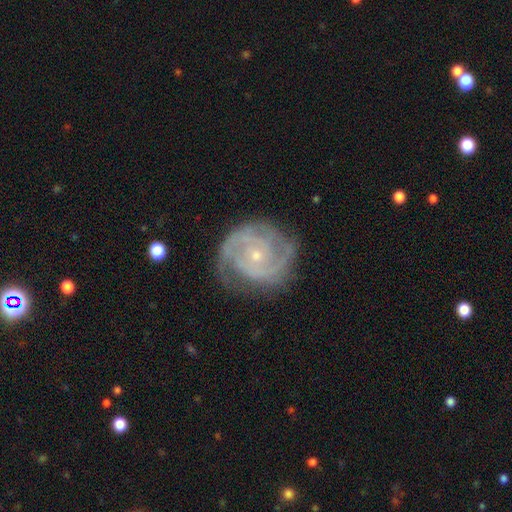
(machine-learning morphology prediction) Smooth or featured? Predicted: featured or disk (p=0.87). Edge-on disk? Predicted: no (p=0.98). Bar? Predicted: no (p=0.71). Spiral arms? Predicted: yes (p=0.96). Spiral winding? Predicted: tight (p=0.60). Spiral arm count? Predicted: 2 (p=0.58). Bulge size? Predicted: small (p=0.76). Merging? Predicted: none (p=0.74).